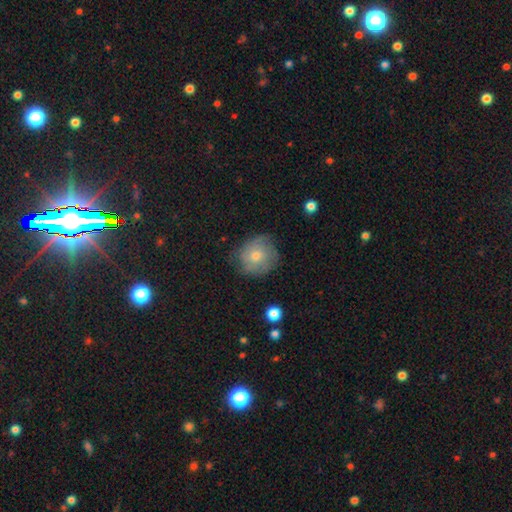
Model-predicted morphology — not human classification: Q: Smooth or featured?
A: smooth (49%); runner-up: featured or disk (40%)
Q: Merging?
A: none (73%); runner-up: minor disturbance (20%)